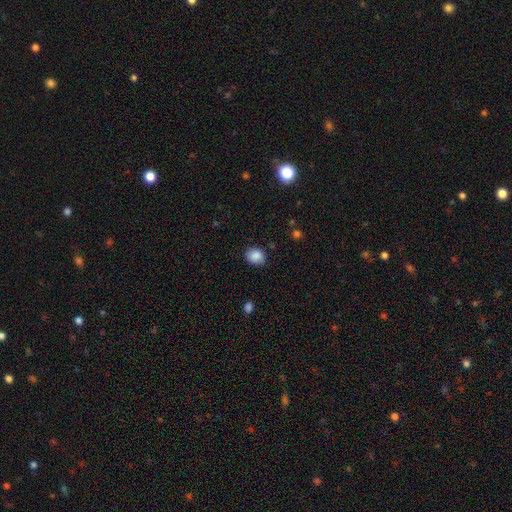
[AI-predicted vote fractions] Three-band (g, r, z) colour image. It shows a smooth galaxy with no disk features (87%) that is round (57%). Merging: none (80%).